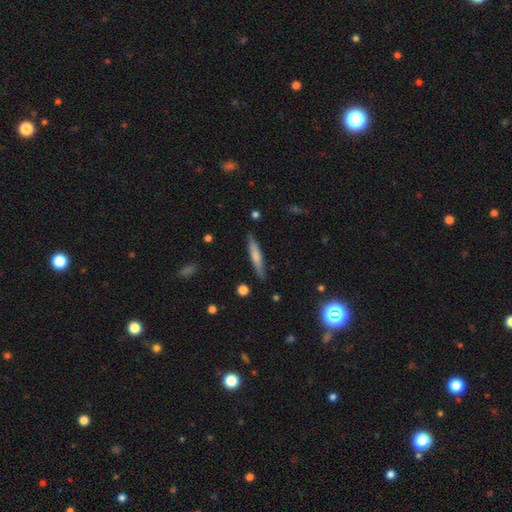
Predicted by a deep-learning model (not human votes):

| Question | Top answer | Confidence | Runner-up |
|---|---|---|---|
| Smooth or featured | smooth | 65% | featured or disk (30%) |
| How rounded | cigar-shaped | 90% | in between (8%) |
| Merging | none | 86% | minor disturbance (10%) |